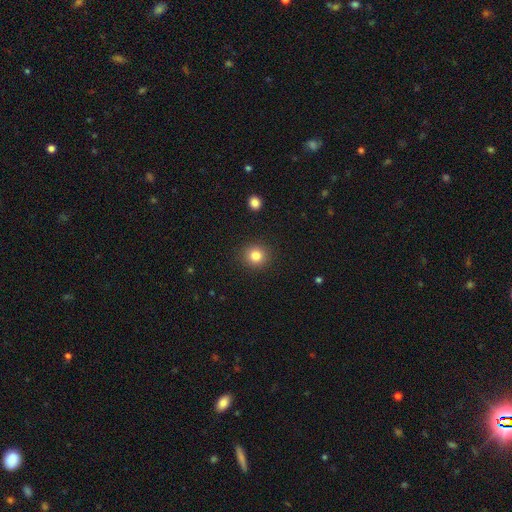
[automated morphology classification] This appears to be a smooth galaxy with no disk features (82%) that is round (91%). Merging: none (91%).